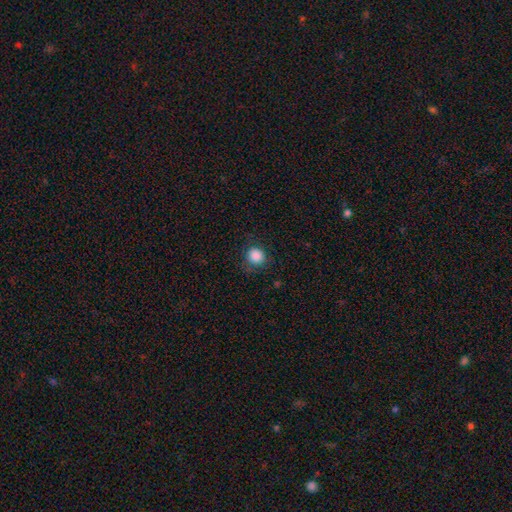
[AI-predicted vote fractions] Smooth or featured: smooth — 87% (star or artifact — 10%)
How rounded: round — 90% (in between — 9%)
Merging: none — 84% (minor disturbance — 11%)